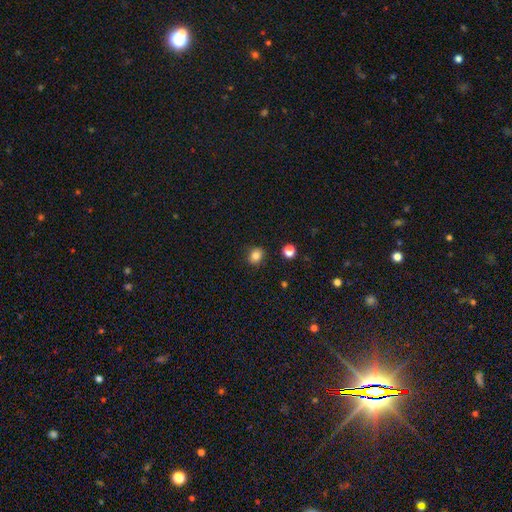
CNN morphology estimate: A smooth galaxy with no disk features (83%) that is round (68%).

Vote fractions:
- Smooth or featured? smooth: 83% / star or artifact: 11% / featured or disk: 6%
- How rounded? round: 68% / in between: 31% / cigar-shaped: 1%
- Merging? none: 87% / minor disturbance: 9% / major disturbance: 2% / merger: 2%